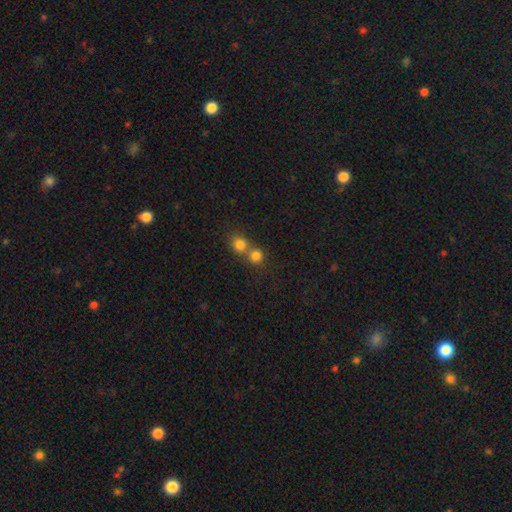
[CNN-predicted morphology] Smooth or featured?
  - smooth: 79% *
  - star or artifact: 14%
  - featured or disk: 8%
How rounded?
  - round: 86% *
  - in between: 13%
  - cigar-shaped: 1%
Merging?
  - merger: 49% *
  - none: 43%
  - minor disturbance: 5%
  - major disturbance: 2%